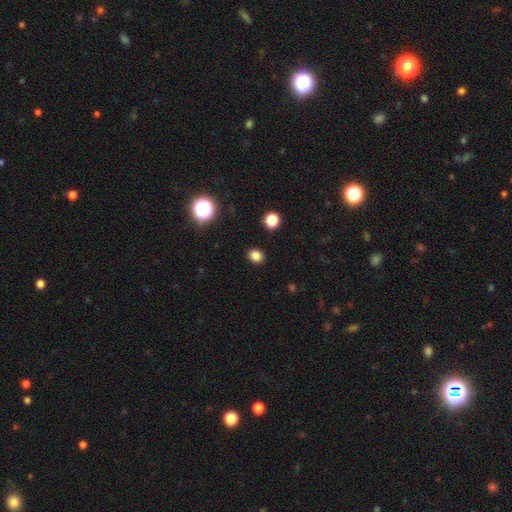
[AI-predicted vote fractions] This appears to be a smooth galaxy with no disk features (82%) that is round (54%). Merging: none (90%).